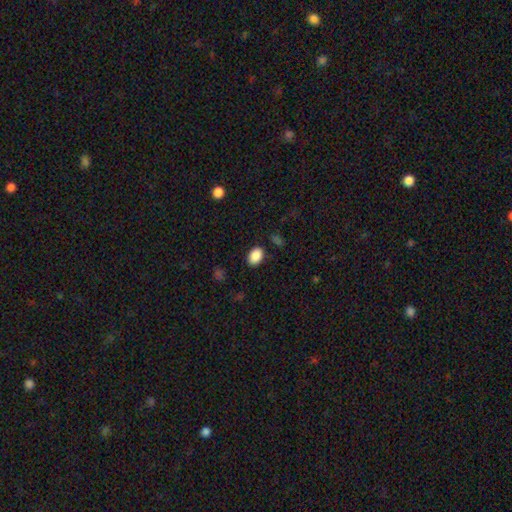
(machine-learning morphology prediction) Smooth or featured? Predicted: smooth (p=0.89). How rounded? Predicted: in between (p=0.80). Merging? Predicted: none (p=0.86).